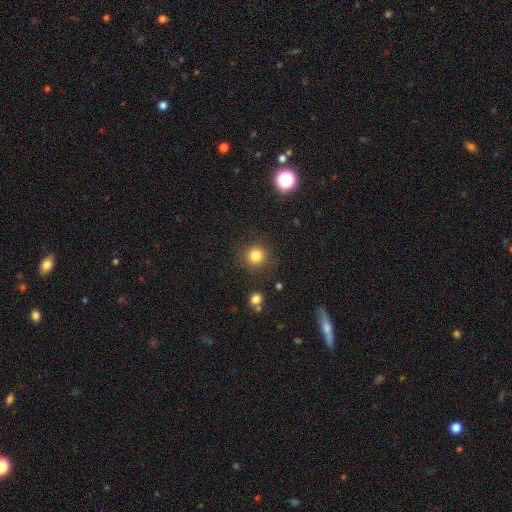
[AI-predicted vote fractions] Smooth or featured? smooth (83%)
How rounded? round (92%)
Merging? none (86%)